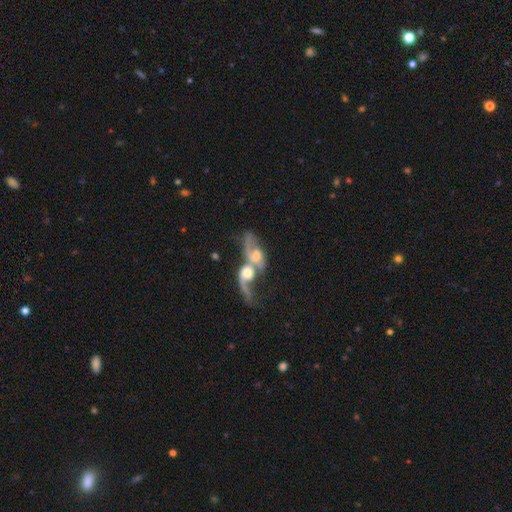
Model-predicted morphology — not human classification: A featured or disk galaxy (65%) with no bar (69%), spiral arms (73%) and a moderate central bulge (52%). Merging: merger (83%).